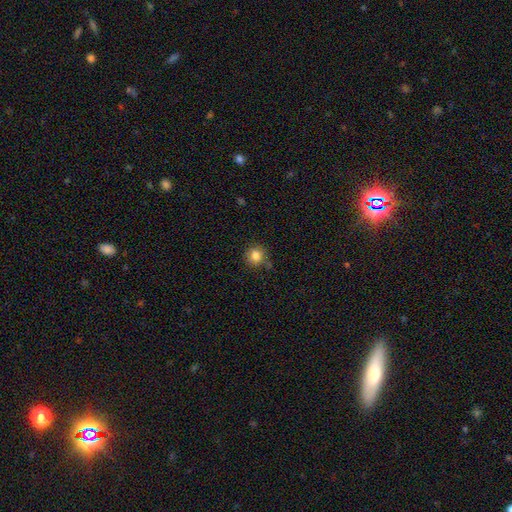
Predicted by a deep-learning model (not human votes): smooth 82%, star or artifact 11%, featured or disk 6%. Down the decision tree: how rounded — round (90%); merging — none (78%).